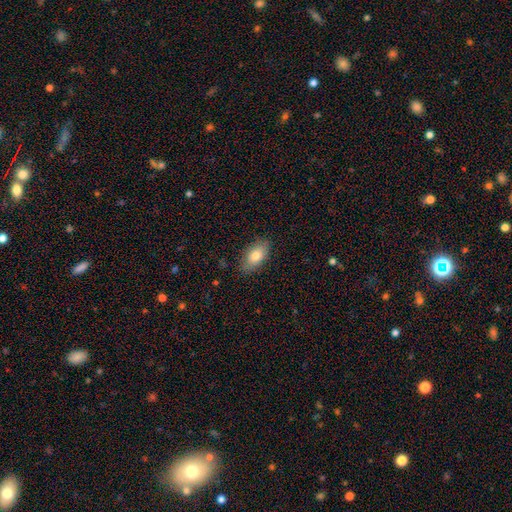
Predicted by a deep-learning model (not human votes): Smooth or featured? smooth (78%)
How rounded? in between (91%)
Merging? none (83%)